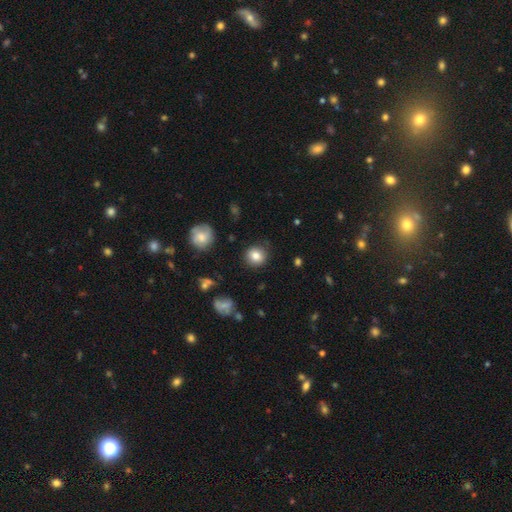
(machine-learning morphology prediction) The model was most divided on "smooth or featured": smooth: 84%, star or artifact: 10%, featured or disk: 7%. More confident: how rounded — round (89%); merging — none (88%).